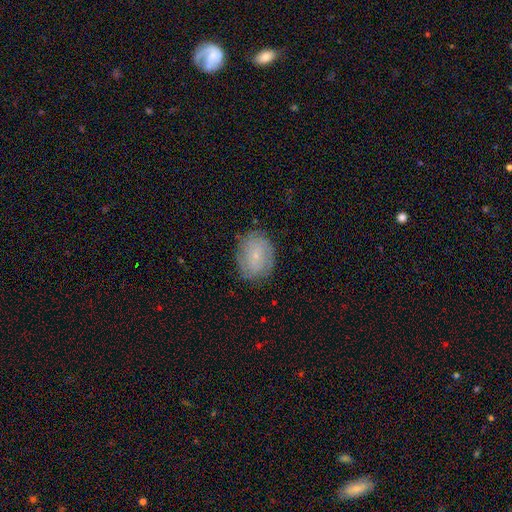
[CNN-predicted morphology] smooth 49%, featured or disk 43%, star or artifact 9%. Down the decision tree: merging — none (77%).